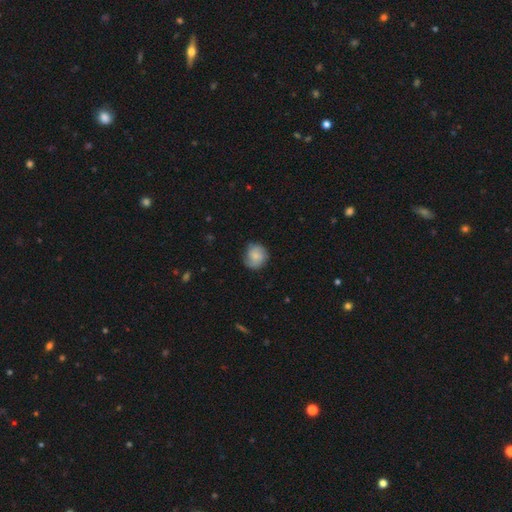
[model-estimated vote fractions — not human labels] Smooth or featured? Predicted: smooth (p=0.63). How rounded? Predicted: round (p=0.85). Merging? Predicted: none (p=0.74).